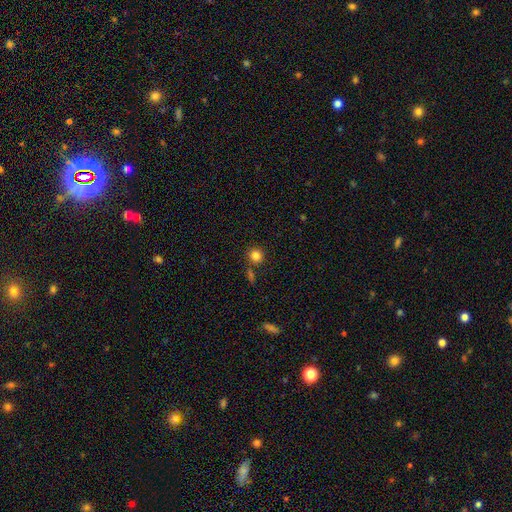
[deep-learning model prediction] smooth-or-featured: smooth: 83% | star or artifact: 12% | featured or disk: 5%
  how-rounded: round: 92% | in between: 7% | cigar-shaped: 1%
  merging: none: 80% | minor disturbance: 9% | merger: 8% | major disturbance: 3%